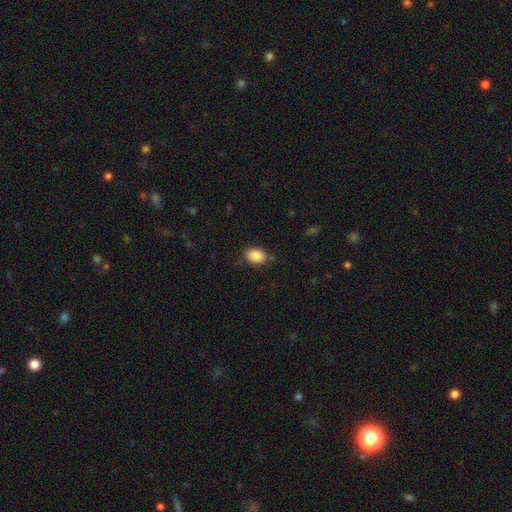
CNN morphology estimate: This appears to be a smooth galaxy with no disk features (87%) that is in between round and cigar-shaped (80%). Merging: none (79%).